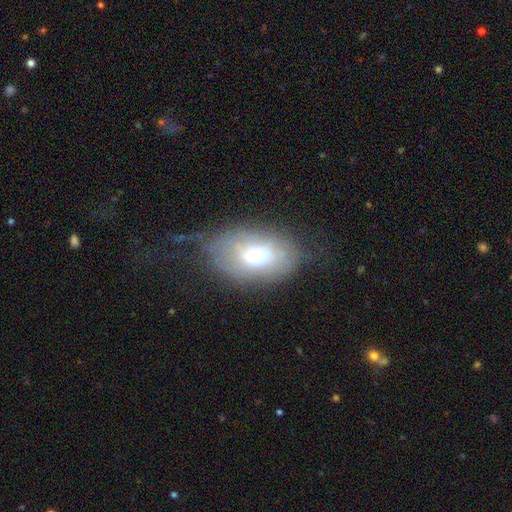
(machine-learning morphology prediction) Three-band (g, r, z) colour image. It shows a smooth galaxy with no disk features (53%) that is in between round and cigar-shaped (86%). Merging: none (41%).